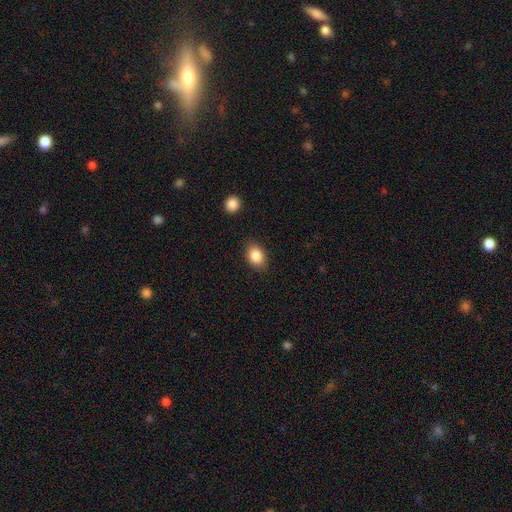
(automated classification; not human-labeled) Smooth or featured?
  - smooth: 86% *
  - star or artifact: 8%
  - featured or disk: 6%
How rounded?
  - in between: 75% *
  - round: 23%
  - cigar-shaped: 1%
Merging?
  - none: 83% *
  - minor disturbance: 12%
  - major disturbance: 3%
  - merger: 2%